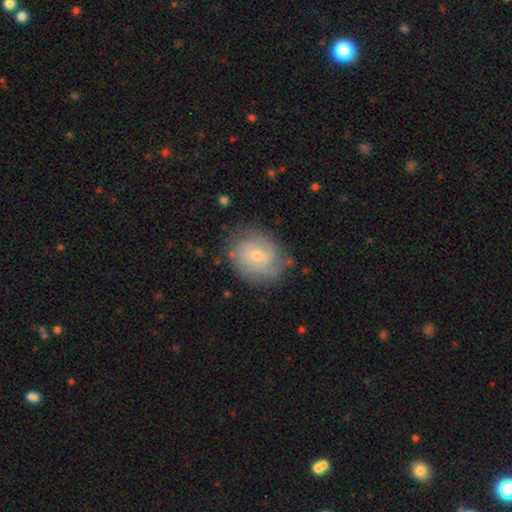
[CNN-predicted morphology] Smooth or featured? Predicted: featured or disk (p=0.75). Edge-on disk? Predicted: no (p=0.98). Bar? Predicted: no (p=0.55). Spiral arms? Predicted: yes (p=0.92). Spiral winding? Predicted: tight (p=0.54). Spiral arm count? Predicted: can't tell (p=0.35). Bulge size? Predicted: small (p=0.67). Merging? Predicted: none (p=0.75).